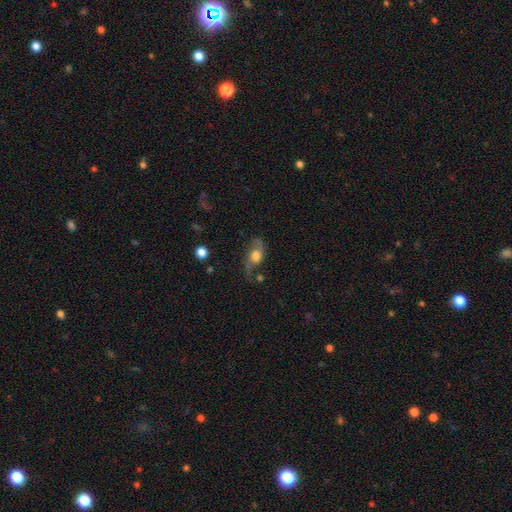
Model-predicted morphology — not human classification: Smooth or featured? featured or disk (55%)
Edge-on disk? no (90%)
Merging? none (52%)